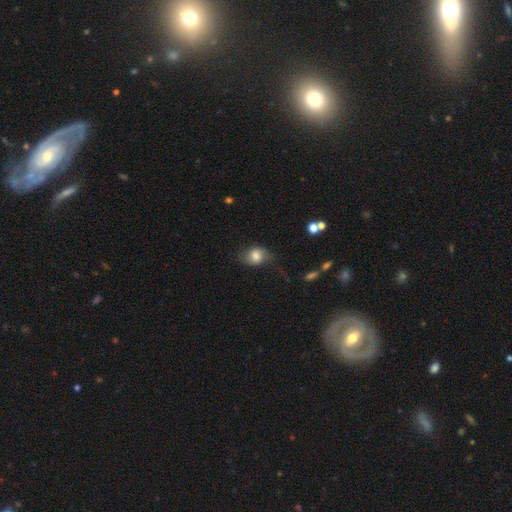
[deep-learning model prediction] The model was most divided on "how rounded": in between: 54%, round: 45%, cigar-shaped: 1%. More confident: smooth or featured — smooth (76%); merging — none (57%).